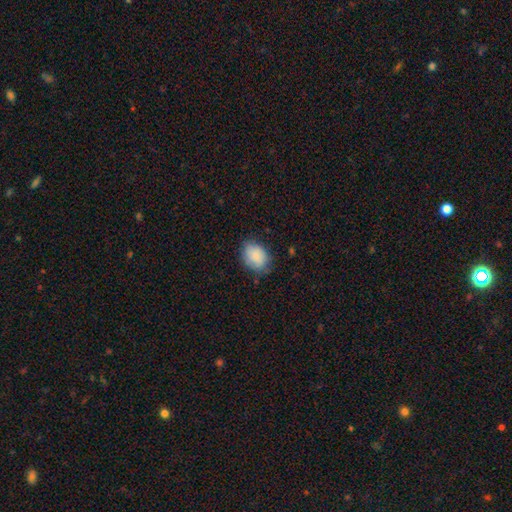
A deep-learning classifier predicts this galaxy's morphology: smooth-or-featured: smooth: 85% | featured or disk: 8% | star or artifact: 7%
  how-rounded: in between: 67% | round: 32% | cigar-shaped: 1%
  merging: none: 72% | minor disturbance: 22% | major disturbance: 5% | merger: 1%